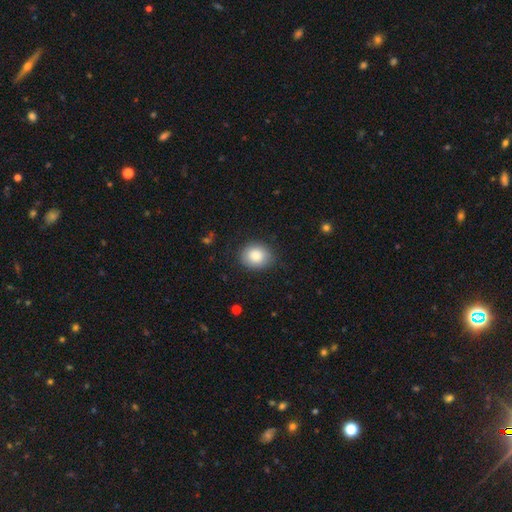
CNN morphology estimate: Smooth or featured: smooth — 85% (star or artifact — 8%)
How rounded: round — 69% (in between — 30%)
Merging: none — 84% (minor disturbance — 12%)